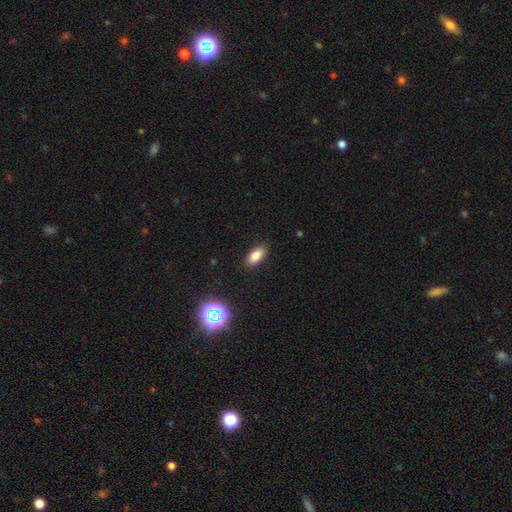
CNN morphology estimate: A smooth galaxy with no disk features (83%) that is in between round and cigar-shaped (87%).

Vote fractions:
- Smooth or featured? smooth: 83% / star or artifact: 11% / featured or disk: 6%
- How rounded? in between: 87% / cigar-shaped: 9% / round: 4%
- Merging? none: 88% / minor disturbance: 9% / major disturbance: 2% / merger: 1%